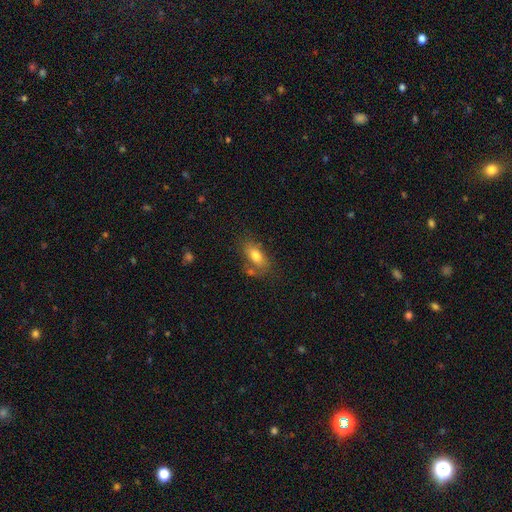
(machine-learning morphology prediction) Smooth or featured? smooth (76%)
How rounded? in between (85%)
Merging? none (64%)